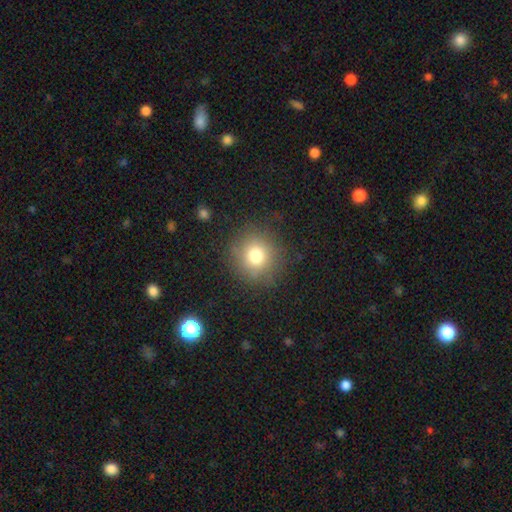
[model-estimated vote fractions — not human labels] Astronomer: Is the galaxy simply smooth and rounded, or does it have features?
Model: smooth — 75%.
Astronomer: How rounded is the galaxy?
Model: round — 92%.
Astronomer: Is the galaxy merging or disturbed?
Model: none — 84%.